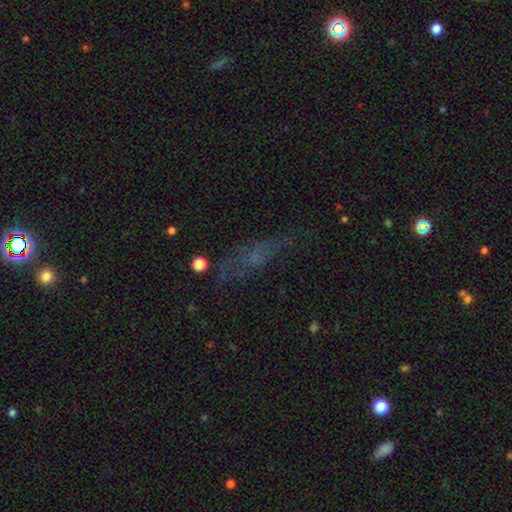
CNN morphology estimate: A smooth galaxy with no disk features (40%).

Vote fractions:
- Smooth or featured? smooth: 40% / featured or disk: 34% / star or artifact: 26%
- Merging? none: 52% / major disturbance: 22% / minor disturbance: 21% / merger: 5%